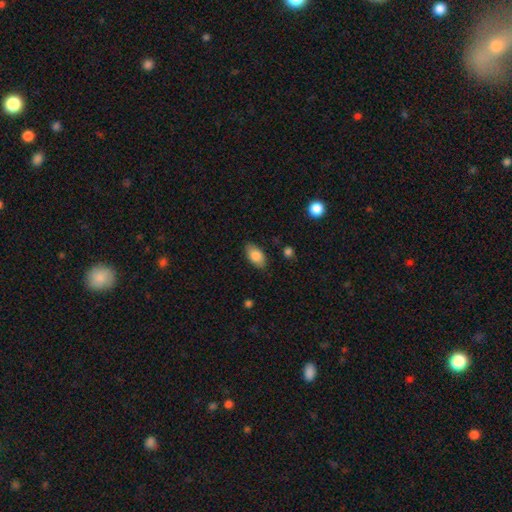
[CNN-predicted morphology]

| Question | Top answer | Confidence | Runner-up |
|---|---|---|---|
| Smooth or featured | smooth | 84% | featured or disk (9%) |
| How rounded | in between | 92% | round (5%) |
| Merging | none | 83% | minor disturbance (13%) |